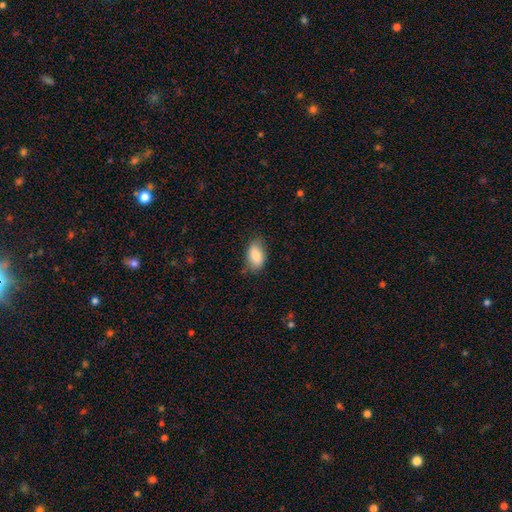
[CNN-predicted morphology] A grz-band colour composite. It shows a smooth galaxy with no disk features (84%) that is in between round and cigar-shaped (92%). Merging: none (70%).